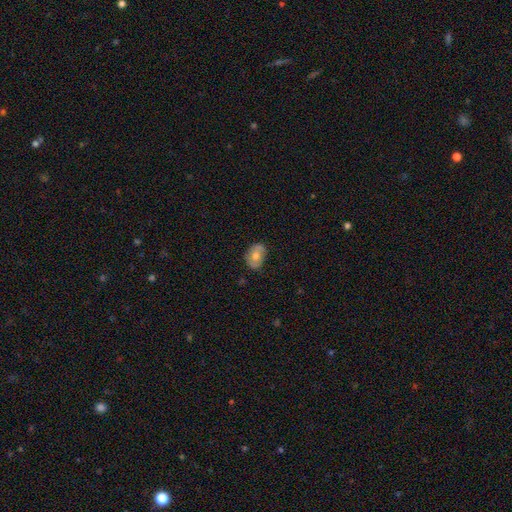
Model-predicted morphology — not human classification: smooth-or-featured: smooth: 63% | featured or disk: 30% | star or artifact: 7%
  how-rounded: in between: 75% | round: 24% | cigar-shaped: 1%
  merging: none: 75% | minor disturbance: 20% | major disturbance: 4% | merger: 1%